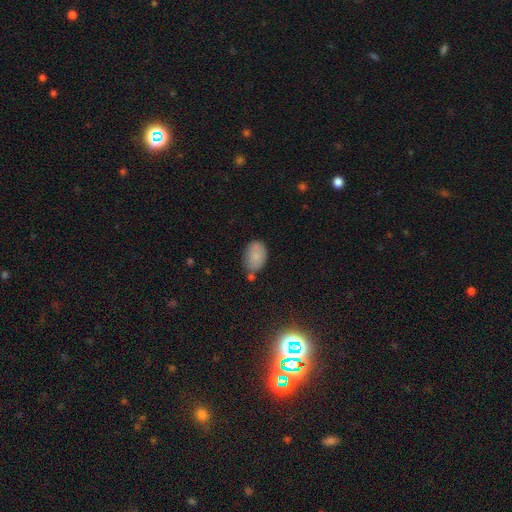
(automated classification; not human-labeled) A smooth galaxy with no disk features (85%) that is in between round and cigar-shaped (88%).

Vote fractions:
- Smooth or featured? smooth: 85% / star or artifact: 8% / featured or disk: 7%
- How rounded? in between: 88% / round: 11% / cigar-shaped: 1%
- Merging? none: 64% / minor disturbance: 22% / merger: 9% / major disturbance: 5%